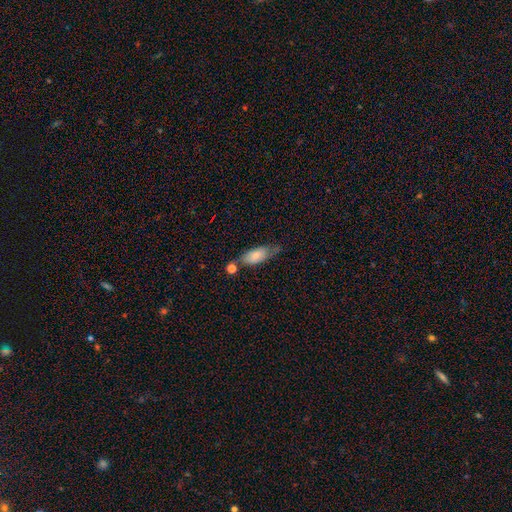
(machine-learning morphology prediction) smooth 74%, featured or disk 19%, star or artifact 7%. Down the decision tree: how rounded — in between (76%); merging — none (49%).